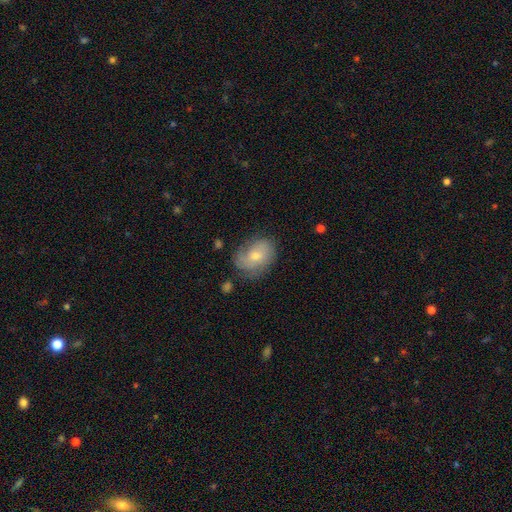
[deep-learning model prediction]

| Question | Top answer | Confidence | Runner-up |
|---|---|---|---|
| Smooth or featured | smooth | 46% | featured or disk (45%) |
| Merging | none | 64% | minor disturbance (25%) |